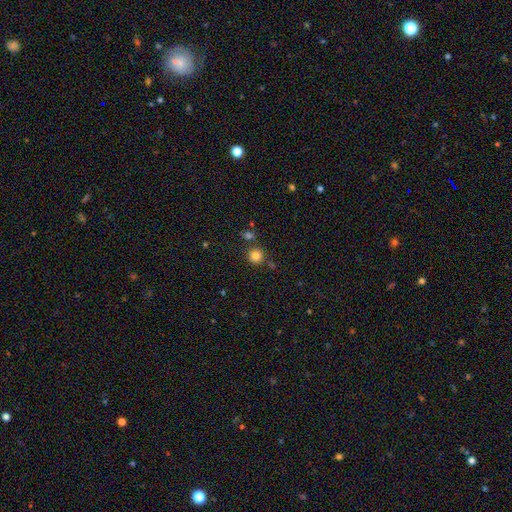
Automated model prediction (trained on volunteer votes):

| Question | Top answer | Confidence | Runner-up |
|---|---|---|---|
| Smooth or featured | smooth | 82% | star or artifact (13%) |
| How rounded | round | 93% | in between (6%) |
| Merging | none | 80% | merger (9%) |